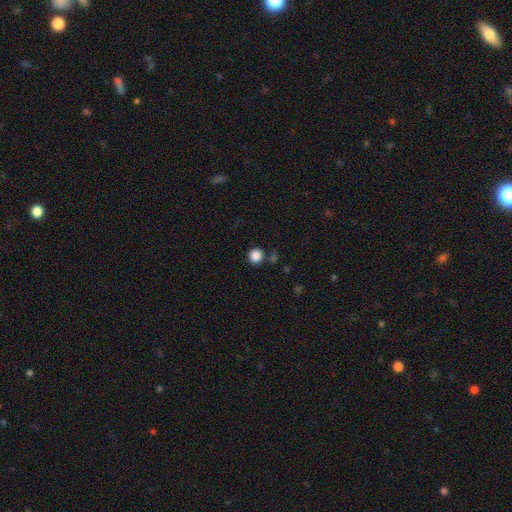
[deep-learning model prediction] Smooth or featured? Predicted: smooth (p=0.86). How rounded? Predicted: round (p=0.93). Merging? Predicted: none (p=0.83).